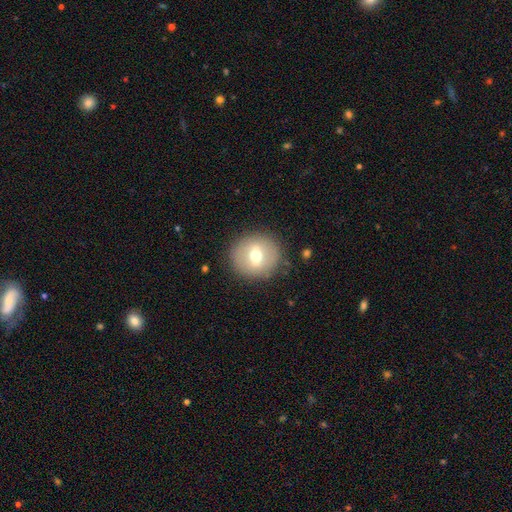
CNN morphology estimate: Smooth or featured: smooth — 57% (featured or disk — 34%)
How rounded: round — 89% (in between — 10%)
Merging: none — 88% (minor disturbance — 8%)